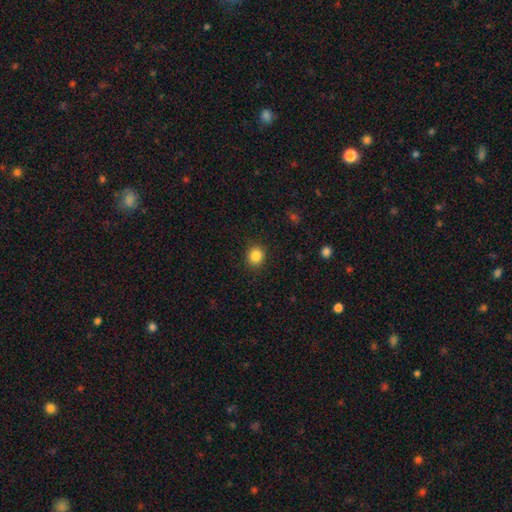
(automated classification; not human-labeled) Overall: smooth (85%). How rounded: round (85%). Merging: none (90%).